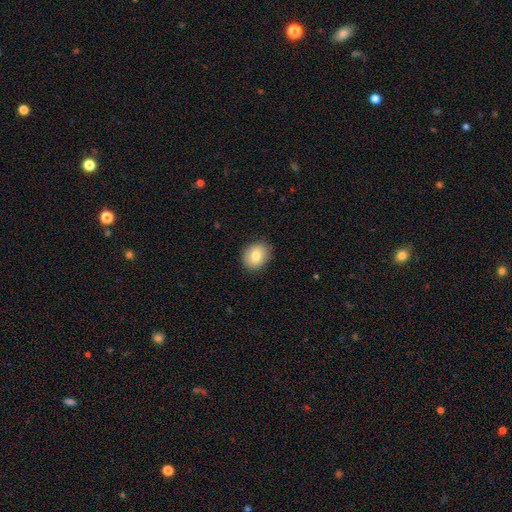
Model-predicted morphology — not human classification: Smooth or featured?
  - smooth: 79% *
  - featured or disk: 12%
  - star or artifact: 9%
How rounded?
  - round: 63% *
  - in between: 37%
  - cigar-shaped: 1%
Merging?
  - none: 88% *
  - minor disturbance: 9%
  - major disturbance: 2%
  - merger: 1%